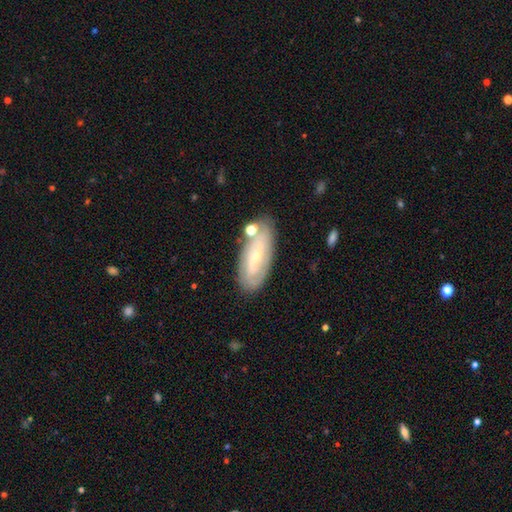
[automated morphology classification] type=featured or disk (67%); edge-on=no (89%); bar=weak (44%); spiral arms=yes (81%); bulge=small (72%); merging=none (74%).